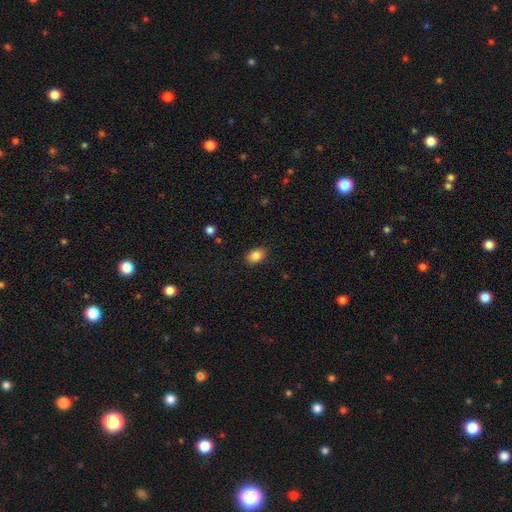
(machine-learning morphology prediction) A smooth galaxy with no disk features (85%) that is in between round and cigar-shaped (79%). Merging: none (86%).